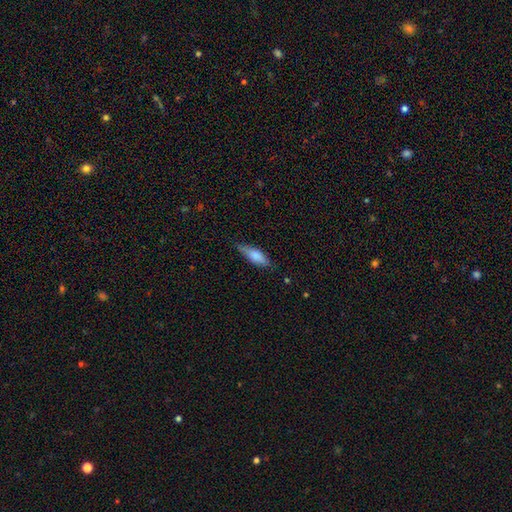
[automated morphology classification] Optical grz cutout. It shows a smooth galaxy with no disk features (76%) that is in between round and cigar-shaped (57%). Merging: none (73%).